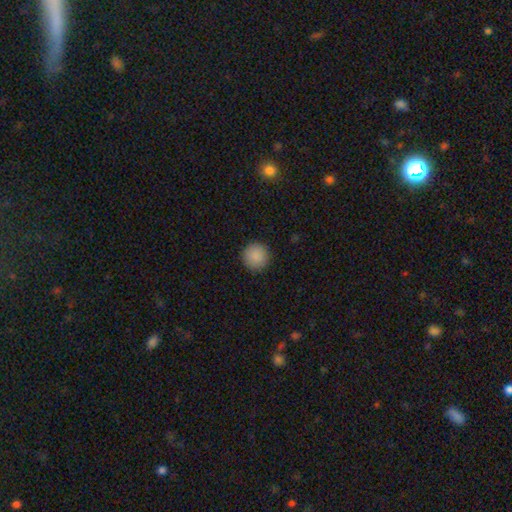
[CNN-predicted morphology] A smooth galaxy with no disk features (89%) that is round (95%). Merging: none (92%).